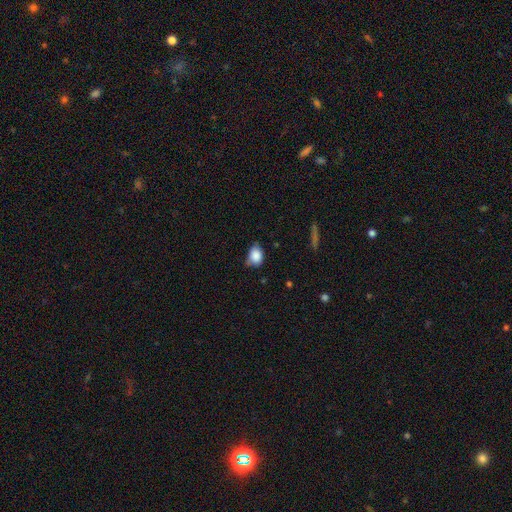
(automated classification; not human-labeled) Smooth or featured: smooth — 84% (star or artifact — 8%)
How rounded: in between — 70% (round — 28%)
Merging: none — 49% (minor disturbance — 40%)